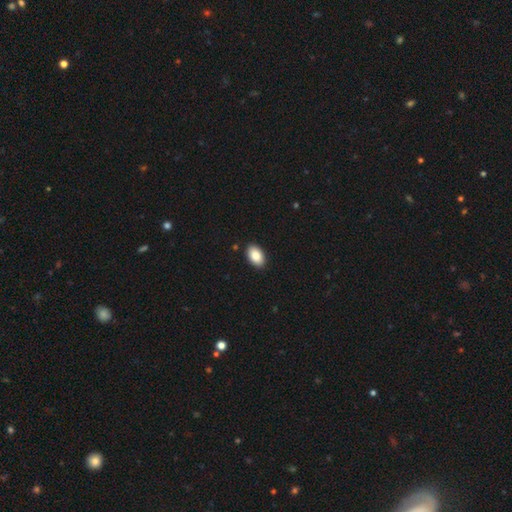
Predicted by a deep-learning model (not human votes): smooth-or-featured: smooth: 86% | star or artifact: 7% | featured or disk: 7%
  how-rounded: in between: 93% | round: 6% | cigar-shaped: 1%
  merging: none: 90% | minor disturbance: 7% | major disturbance: 2% | merger: 1%